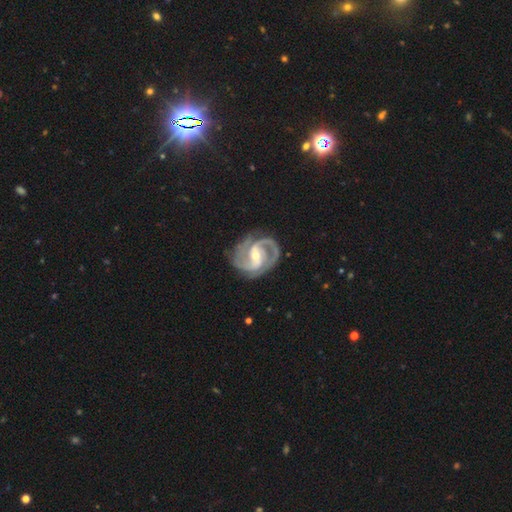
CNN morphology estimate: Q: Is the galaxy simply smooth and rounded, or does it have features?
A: featured or disk — 93%.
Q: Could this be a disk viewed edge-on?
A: no — 98%.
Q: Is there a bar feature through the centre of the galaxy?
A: weak — 45%.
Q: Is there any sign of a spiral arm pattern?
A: yes — 98%.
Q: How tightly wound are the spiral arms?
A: medium — 52%.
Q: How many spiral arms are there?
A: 2 — 67%.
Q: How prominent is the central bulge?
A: moderate — 52%.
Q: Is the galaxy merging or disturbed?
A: none — 76%.